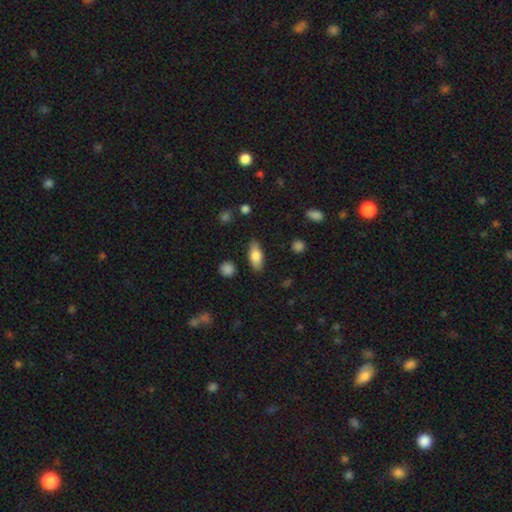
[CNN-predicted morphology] The model was most divided on "smooth or featured": smooth: 75%, featured or disk: 18%, star or artifact: 7%. More confident: merging — none (84%); how rounded — in between (78%).